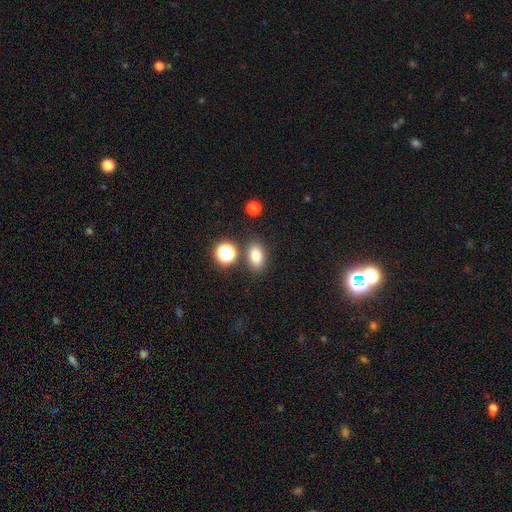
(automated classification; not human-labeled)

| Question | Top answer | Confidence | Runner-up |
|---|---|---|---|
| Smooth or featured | smooth | 80% | star or artifact (13%) |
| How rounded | in between | 80% | round (19%) |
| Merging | none | 79% | minor disturbance (11%) |